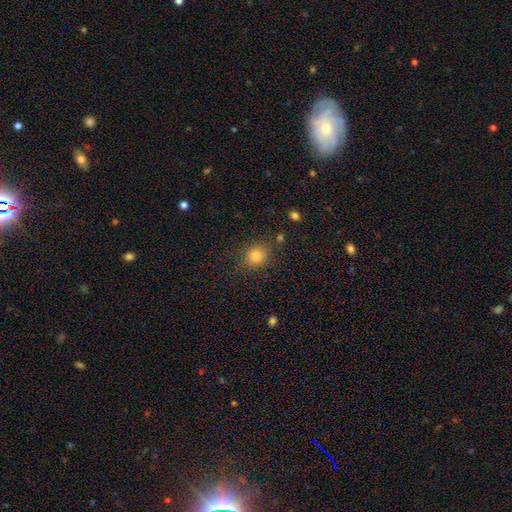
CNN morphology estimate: smooth-or-featured: smooth: 82% | star or artifact: 13% | featured or disk: 6%
  how-rounded: round: 79% | in between: 20% | cigar-shaped: 1%
  merging: none: 82% | minor disturbance: 11% | major disturbance: 4% | merger: 3%